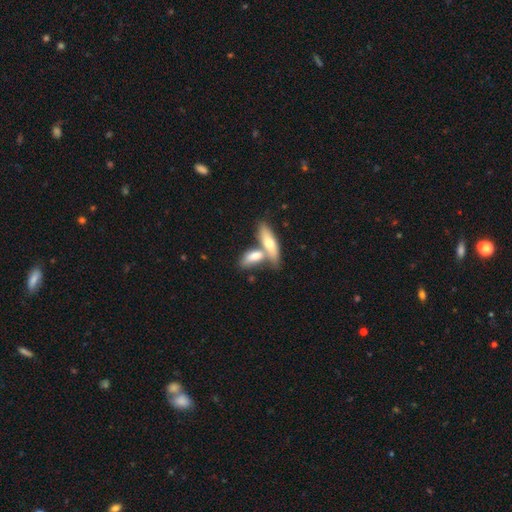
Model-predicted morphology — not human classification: smooth-or-featured: smooth: 64% | featured or disk: 30% | star or artifact: 5%
  how-rounded: in between: 58% | cigar-shaped: 38% | round: 4%
  merging: merger: 53% | none: 36% | minor disturbance: 9% | major disturbance: 3%